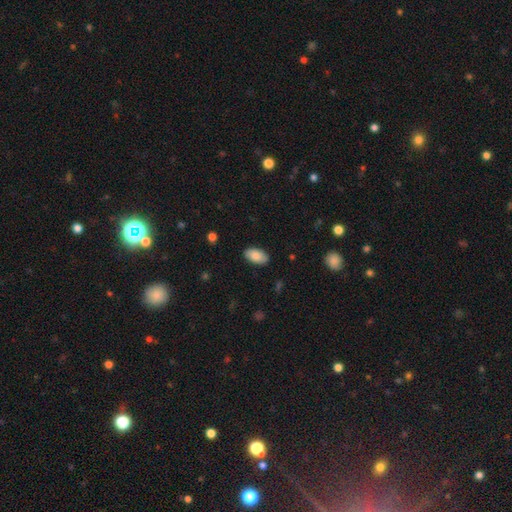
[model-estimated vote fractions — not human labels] smooth_or_featured: smooth (p=0.85) [alt: featured or disk p=0.09]
how_rounded: in between (p=0.95) [alt: round p=0.03]
merging: none (p=0.87) [alt: minor disturbance p=0.10]